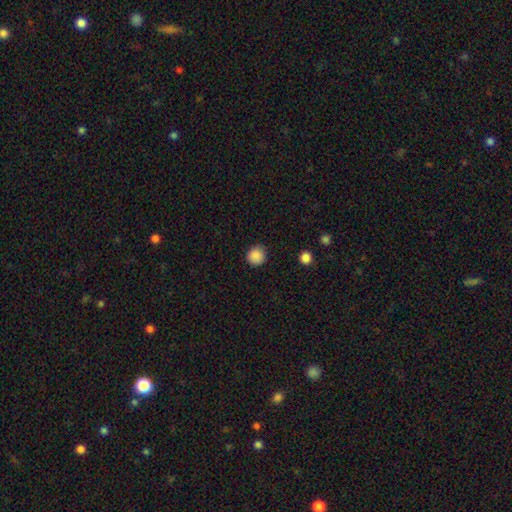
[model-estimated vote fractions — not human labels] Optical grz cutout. It shows a smooth galaxy with no disk features (87%) that is round (92%). Merging: none (86%).